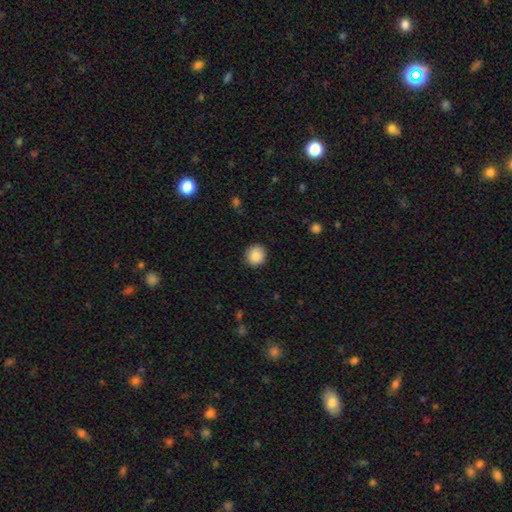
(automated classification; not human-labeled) Morphology: type=smooth (88%); roundness=round (92%); merging=none (91%).